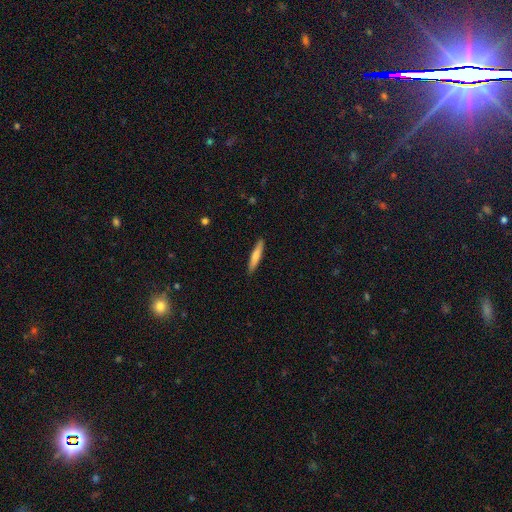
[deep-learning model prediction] A smooth galaxy with no disk features (71%) that is cigar-shaped (92%). Merging: none (90%).